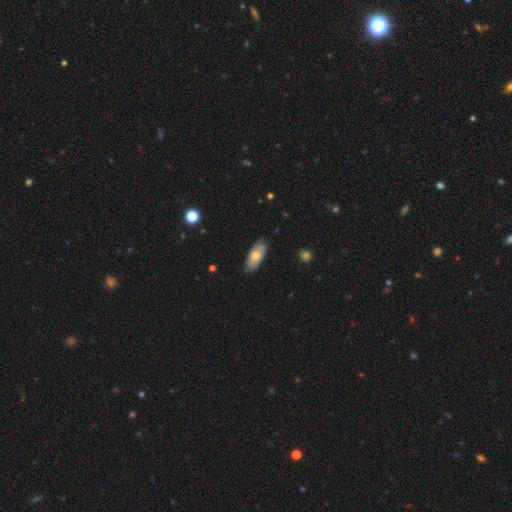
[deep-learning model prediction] A smooth galaxy with no disk features (64%) that is in between round and cigar-shaped (85%).

Vote fractions:
- Smooth or featured? smooth: 64% / featured or disk: 30% / star or artifact: 6%
- How rounded? in between: 85% / cigar-shaped: 13% / round: 2%
- Merging? none: 80% / minor disturbance: 16% / major disturbance: 3% / merger: 1%